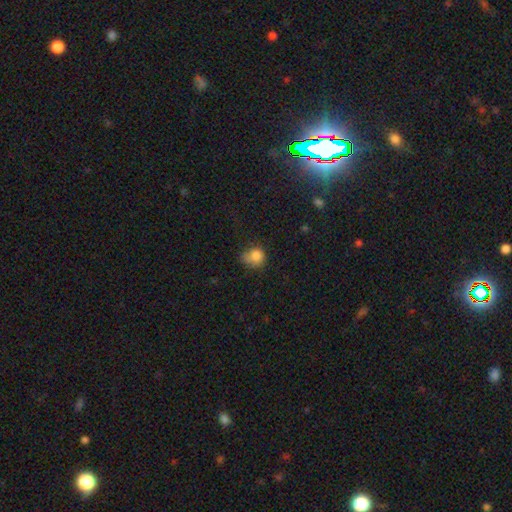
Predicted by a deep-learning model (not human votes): The model was most divided on "merging": none: 42%, minor disturbance: 35%, major disturbance: 16%, merger: 7%. More confident: smooth or featured — smooth (82%); how rounded — round (67%).